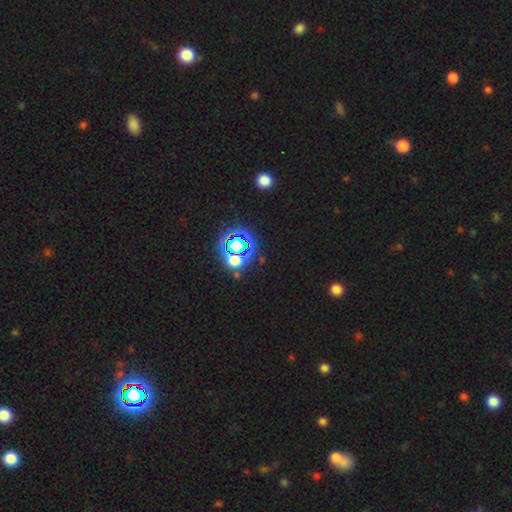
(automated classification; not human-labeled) Smooth or featured: star or artifact — 75% (smooth — 17%)